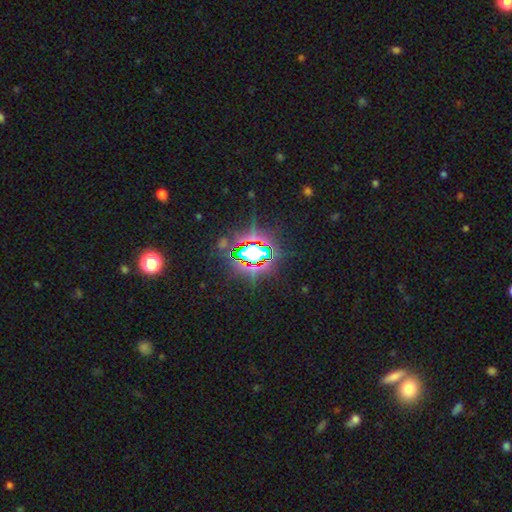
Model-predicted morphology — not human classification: This appears to be a star or artifact, not a galaxy (83%).